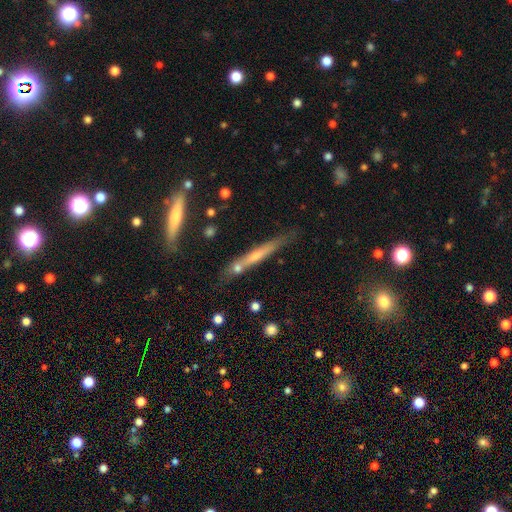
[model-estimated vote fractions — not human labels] smooth_or_featured: featured or disk (p=0.52) [alt: smooth p=0.40]
disk_edge_on: yes (p=0.94) [alt: no p=0.06]
merging: none (p=0.71) [alt: minor disturbance p=0.15]